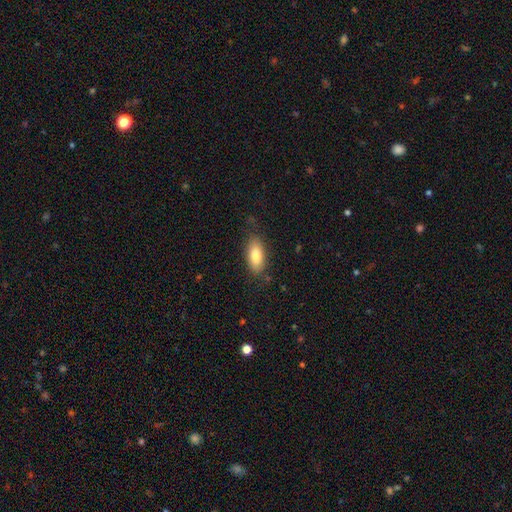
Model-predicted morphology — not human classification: Smooth or featured? smooth (79%)
How rounded? in between (83%)
Merging? none (78%)